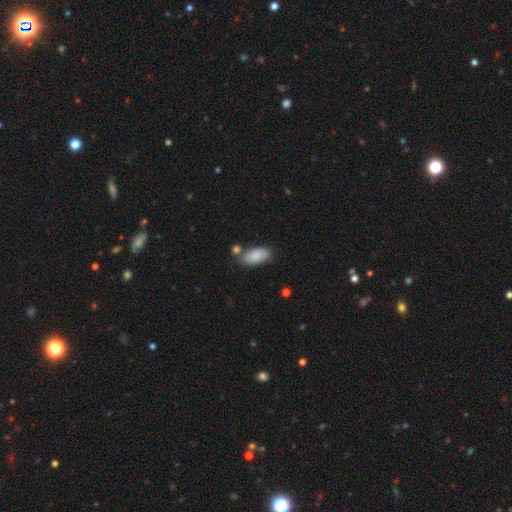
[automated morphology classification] Q: Smooth or featured?
A: smooth (84%); runner-up: featured or disk (9%)
Q: How rounded?
A: in between (92%); runner-up: cigar-shaped (6%)
Q: Merging?
A: none (68%); runner-up: minor disturbance (18%)